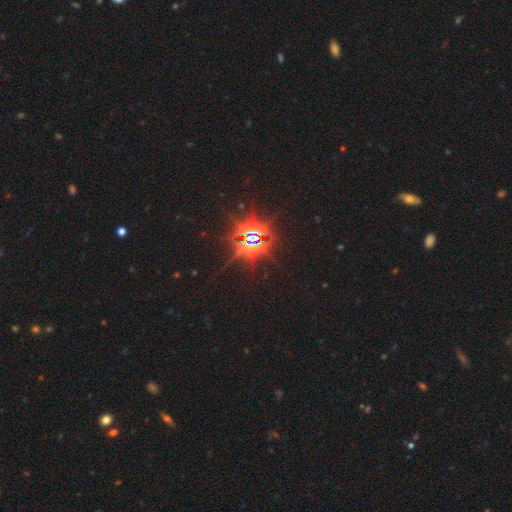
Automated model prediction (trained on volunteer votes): A star or artifact, not a galaxy (86%).

Vote fractions:
- Smooth or featured? star or artifact: 86% / smooth: 9% / featured or disk: 5%